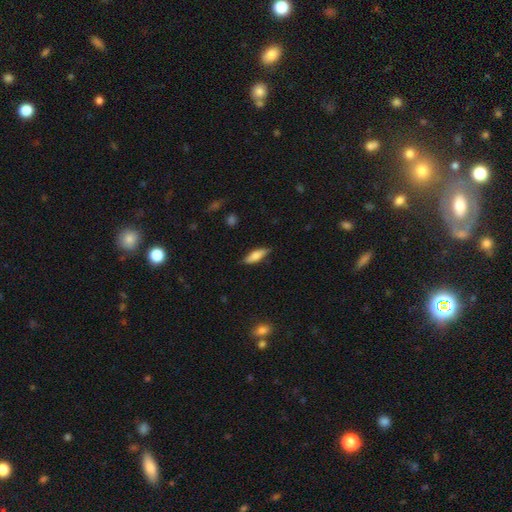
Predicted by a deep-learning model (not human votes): A smooth galaxy with no disk features (71%) that is in between round and cigar-shaped (49%, tied with cigar-shaped). Merging: none (81%).